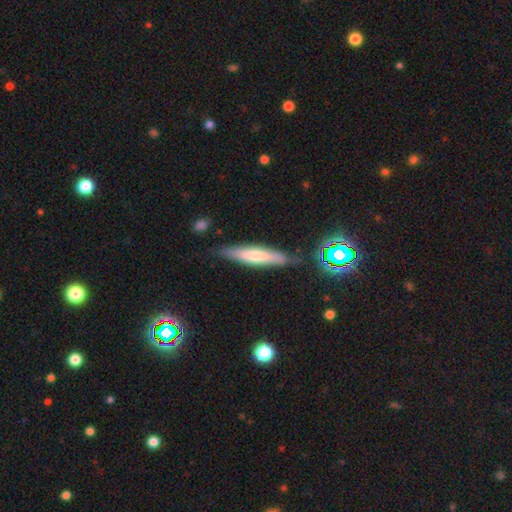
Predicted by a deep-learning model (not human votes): smooth_or_featured: featured or disk (p=0.46) [alt: smooth p=0.41]
merging: none (p=0.84) [alt: minor disturbance p=0.11]